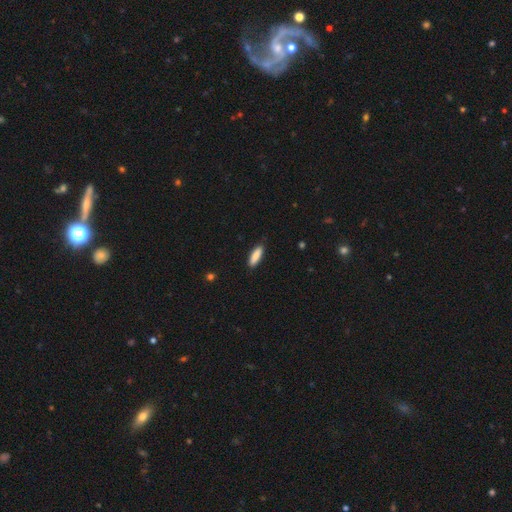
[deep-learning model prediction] A smooth galaxy with no disk features (87%) that is cigar-shaped (53%). Merging: none (88%).